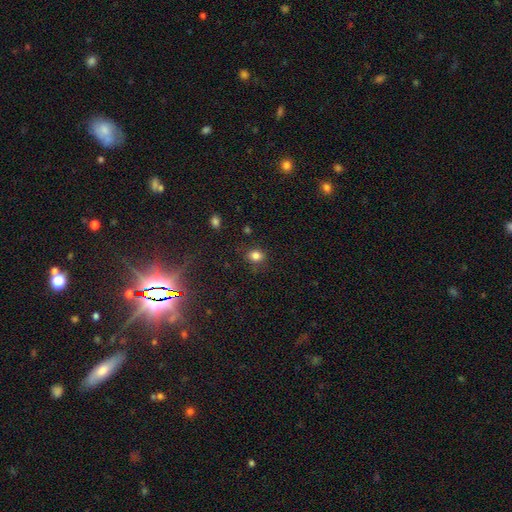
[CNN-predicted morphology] Smooth or featured?
  - smooth: 82% *
  - star or artifact: 13%
  - featured or disk: 5%
How rounded?
  - round: 61% *
  - in between: 38%
  - cigar-shaped: 1%
Merging?
  - none: 79% *
  - minor disturbance: 15%
  - major disturbance: 4%
  - merger: 2%